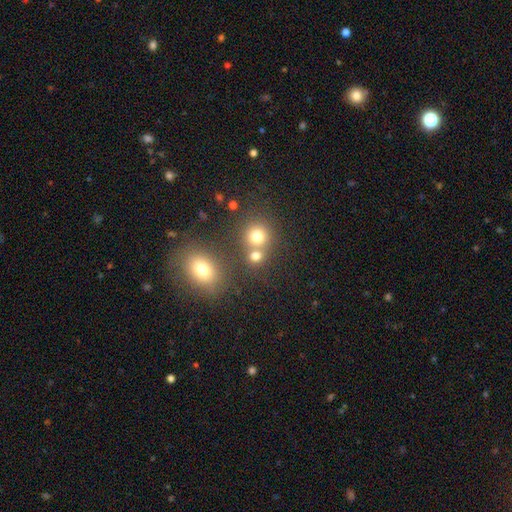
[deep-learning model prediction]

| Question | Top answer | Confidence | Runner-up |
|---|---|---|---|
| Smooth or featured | smooth | 75% | star or artifact (16%) |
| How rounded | round | 82% | in between (17%) |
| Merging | none | 55% | merger (34%) |